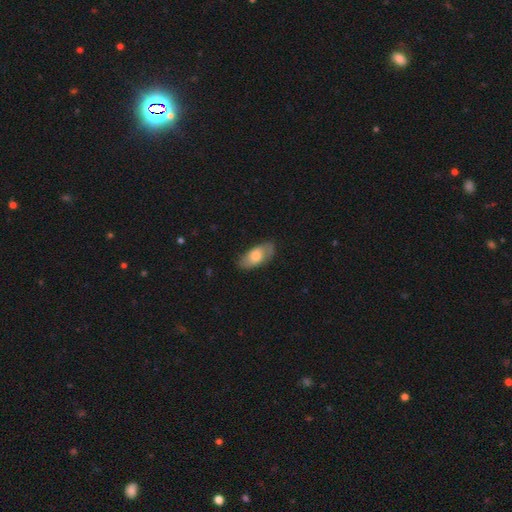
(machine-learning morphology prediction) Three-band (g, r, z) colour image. It shows a smooth galaxy with no disk features (67%) that is in between round and cigar-shaped (90%). Merging: none (76%).